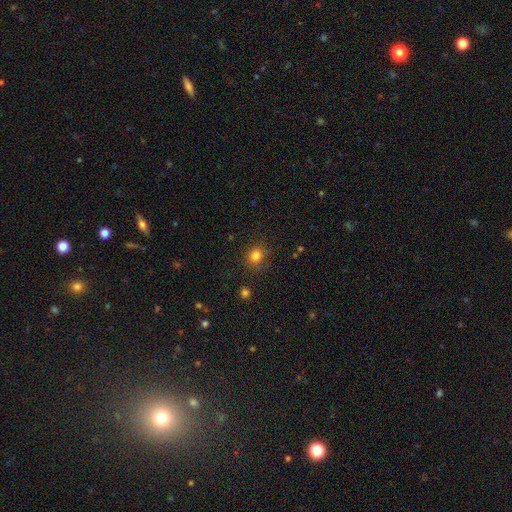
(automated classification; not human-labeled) The model was most divided on "how rounded": round: 79%, in between: 20%, cigar-shaped: 1%. More confident: smooth or featured — smooth (81%); merging — none (80%).